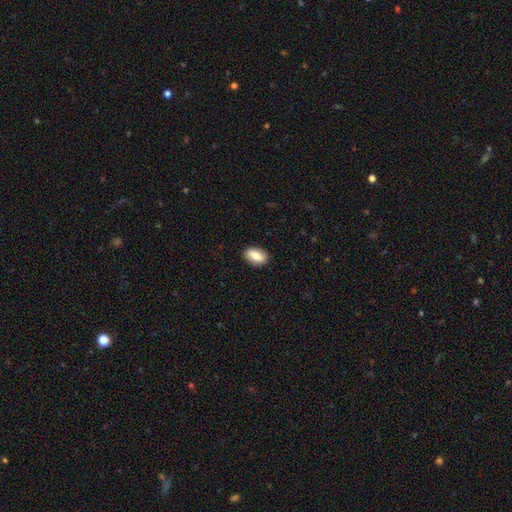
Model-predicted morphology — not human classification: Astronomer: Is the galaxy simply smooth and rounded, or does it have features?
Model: smooth — 78%.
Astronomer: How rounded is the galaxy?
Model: in between — 91%.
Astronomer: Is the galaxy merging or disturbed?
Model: none — 88%.